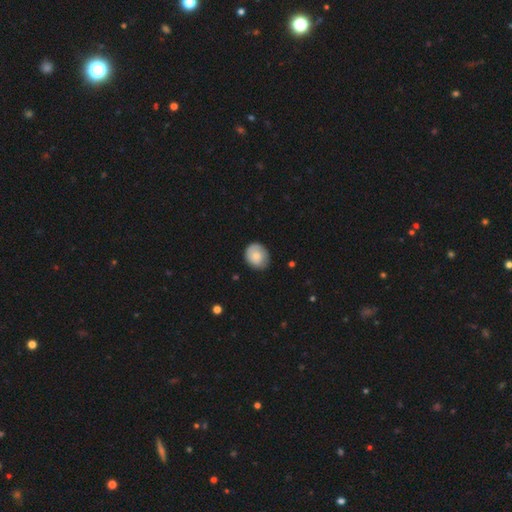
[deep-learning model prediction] smooth 76%, featured or disk 17%, star or artifact 7%. Down the decision tree: how rounded — round (65%); merging — none (77%).